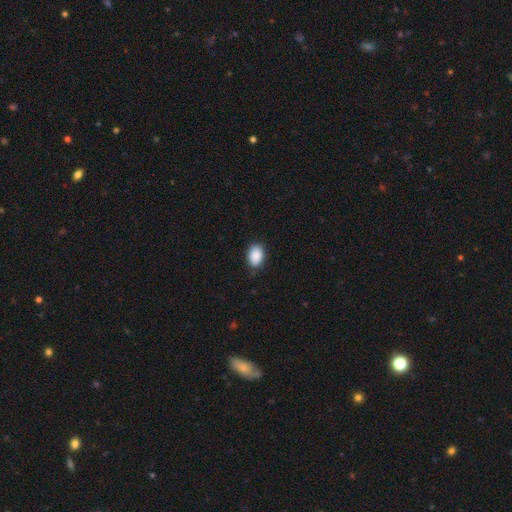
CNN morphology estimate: Smooth or featured?
  - smooth: 90% *
  - star or artifact: 7%
  - featured or disk: 3%
How rounded?
  - in between: 80% *
  - round: 19%
  - cigar-shaped: 1%
Merging?
  - none: 82% *
  - minor disturbance: 14%
  - major disturbance: 3%
  - merger: 1%